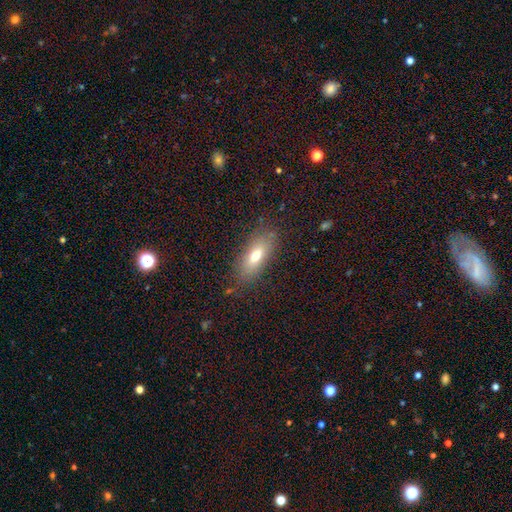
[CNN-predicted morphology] Smooth or featured? smooth (71%)
How rounded? in between (75%)
Merging? none (82%)